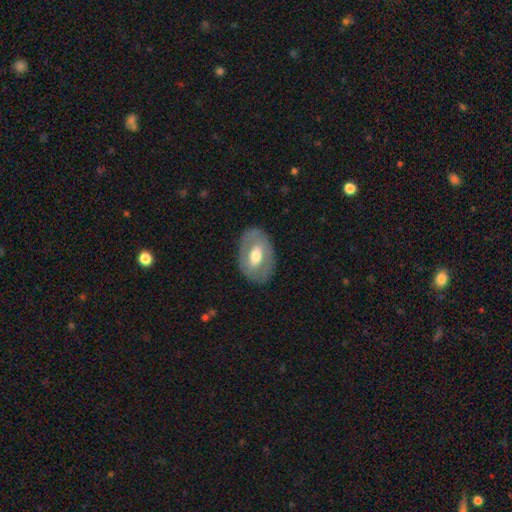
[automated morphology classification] A featured or disk galaxy (50%).

Vote fractions:
- Smooth or featured? featured or disk: 50% / smooth: 44% / star or artifact: 6%
- Edge-on disk? no: 91% / yes: 9%
- Merging? none: 81% / minor disturbance: 13% / major disturbance: 5% / merger: 1%